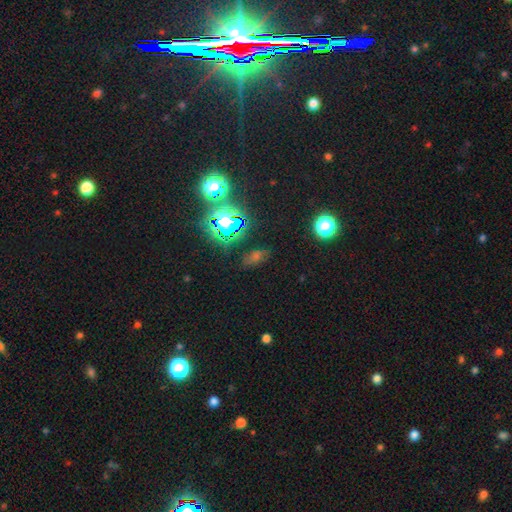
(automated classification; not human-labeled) A star or artifact, not a galaxy (55%).

Vote fractions:
- Smooth or featured? star or artifact: 55% / smooth: 32% / featured or disk: 13%